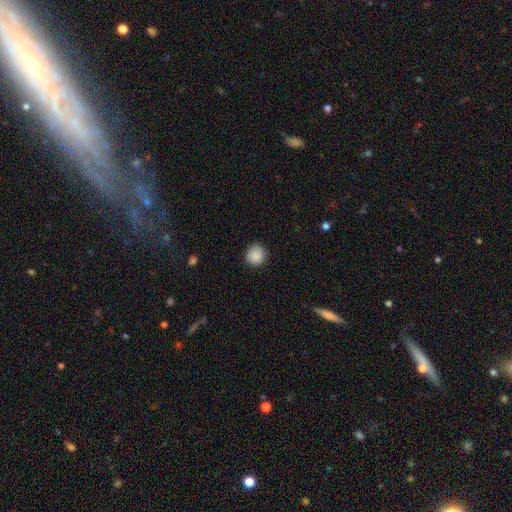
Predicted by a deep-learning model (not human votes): This appears to be a smooth galaxy with no disk features (88%) that is round (88%). Merging: none (83%).